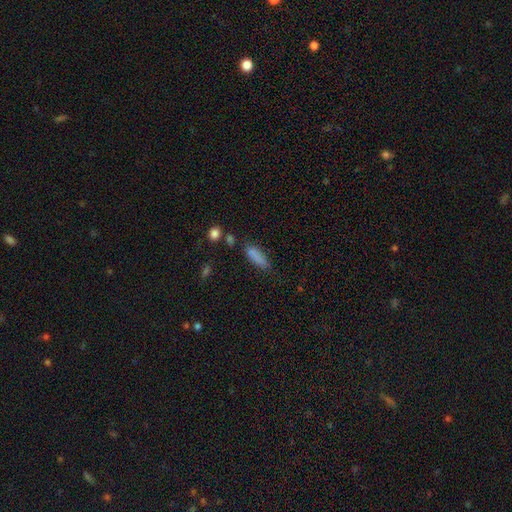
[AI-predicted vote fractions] This appears to be a smooth galaxy with no disk features (82%) that is cigar-shaped (49%, tied with in between). Merging: none (66%).